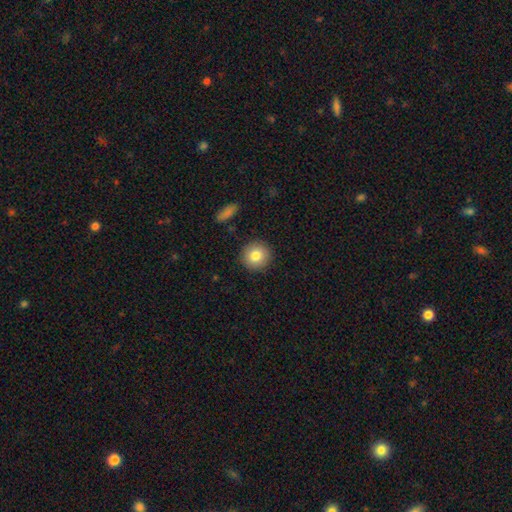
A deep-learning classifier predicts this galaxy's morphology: type=smooth (82%); roundness=round (93%); merging=none (91%).